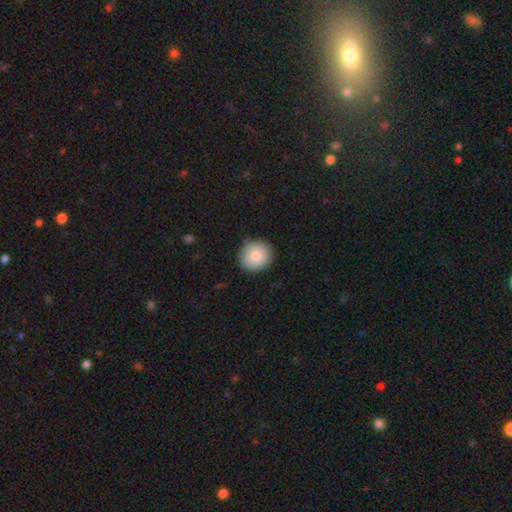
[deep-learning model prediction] This is clearly a smooth galaxy (85%). How rounded: clearly round (89%). Merging: clearly none (88%).